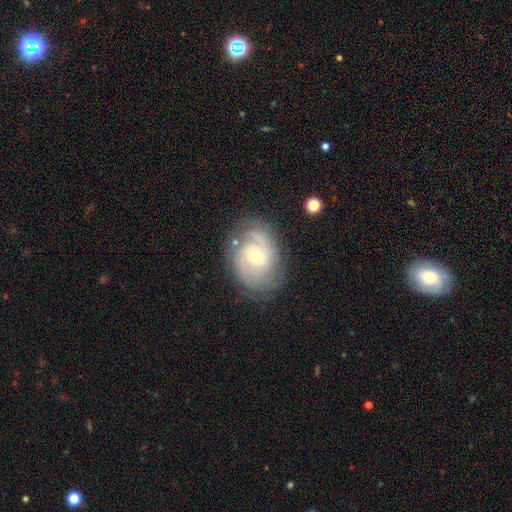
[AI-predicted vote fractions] Smooth or featured: featured or disk — 82% (smooth — 11%)
Edge-on disk: no — 97% (yes — 3%)
Bar: no — 62% (weak — 32%)
Spiral arms: yes — 95% (no — 5%)
Spiral winding: tight — 59% (medium — 32%)
Spiral arm count: 2 — 37% (can't tell — 25%)
Bulge size: small — 50% (moderate — 47%)
Merging: none — 78% (minor disturbance — 15%)